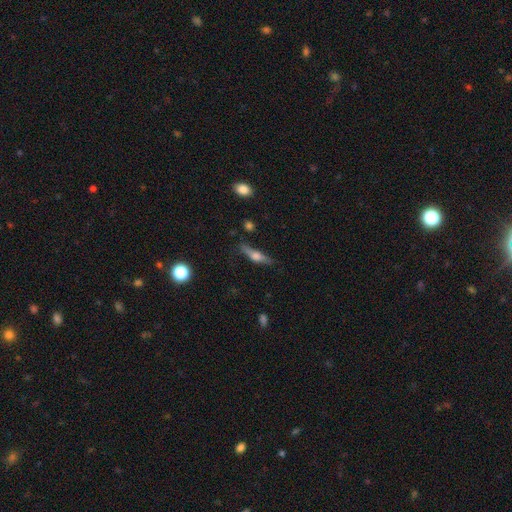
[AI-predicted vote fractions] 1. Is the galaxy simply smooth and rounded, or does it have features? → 51% featured or disk, 41% smooth, 8% star or artifact.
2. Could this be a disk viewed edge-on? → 92% yes, 8% no.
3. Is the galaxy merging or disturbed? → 74% none, 18% minor disturbance, 5% major disturbance, 3% merger.